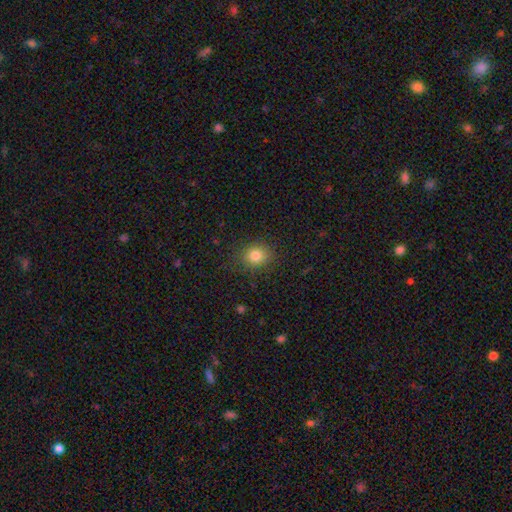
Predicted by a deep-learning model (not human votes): Smooth or featured?
  - smooth: 81% *
  - star or artifact: 13%
  - featured or disk: 7%
How rounded?
  - round: 71% *
  - in between: 28%
  - cigar-shaped: 1%
Merging?
  - none: 85% *
  - minor disturbance: 11%
  - major disturbance: 4%
  - merger: 1%